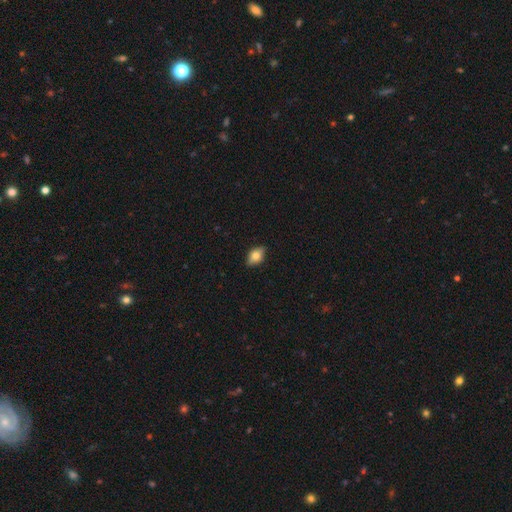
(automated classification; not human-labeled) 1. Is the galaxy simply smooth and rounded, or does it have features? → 75% smooth, 18% featured or disk, 8% star or artifact.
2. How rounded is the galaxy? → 86% in between, 10% round, 4% cigar-shaped.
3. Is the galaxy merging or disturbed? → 83% none, 14% minor disturbance, 2% major disturbance, 1% merger.